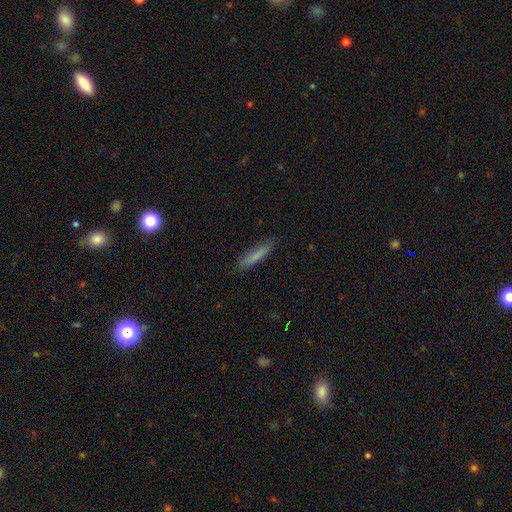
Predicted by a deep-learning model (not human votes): This is likely a smooth galaxy (78%). How rounded: clearly cigar-shaped (86%). Merging: clearly none (86%).